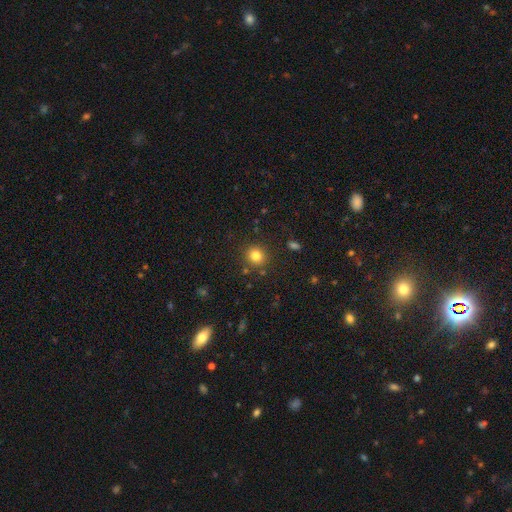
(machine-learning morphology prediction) smooth-or-featured: smooth: 81% | star or artifact: 13% | featured or disk: 6%
  how-rounded: round: 87% | in between: 12% | cigar-shaped: 1%
  merging: none: 87% | minor disturbance: 8% | merger: 3% | major disturbance: 3%